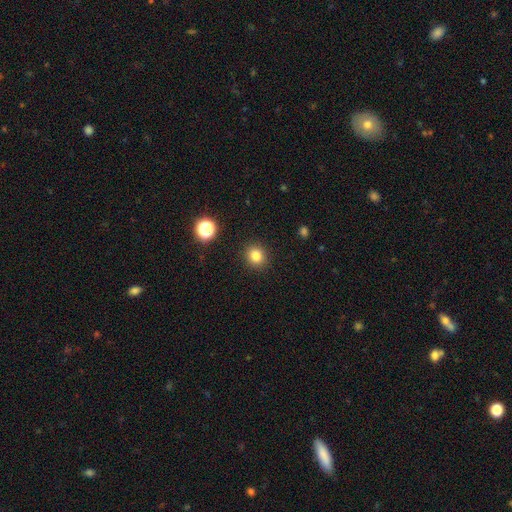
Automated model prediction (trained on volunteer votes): Smooth or featured? smooth (82%)
How rounded? round (83%)
Merging? none (91%)